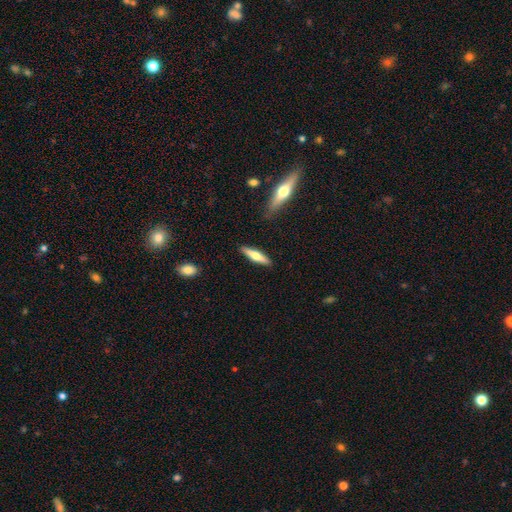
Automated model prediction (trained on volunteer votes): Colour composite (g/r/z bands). It shows a smooth galaxy with no disk features (52%) that is cigar-shaped (77%). Merging: none (88%).